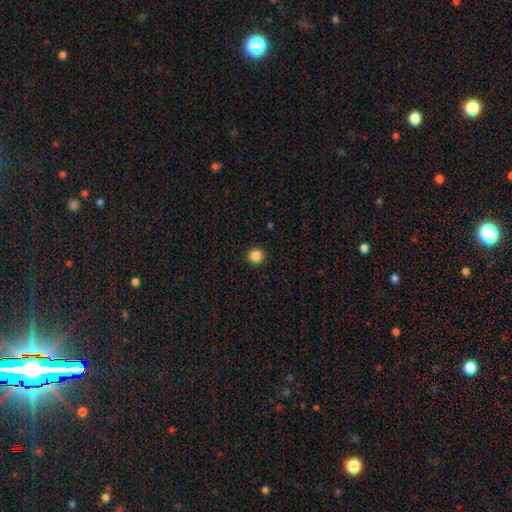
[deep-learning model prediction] smooth-or-featured: smooth: 85% | star or artifact: 11% | featured or disk: 4%
  how-rounded: round: 95% | in between: 4% | cigar-shaped: 1%
  merging: none: 93% | minor disturbance: 4% | major disturbance: 2% | merger: 1%